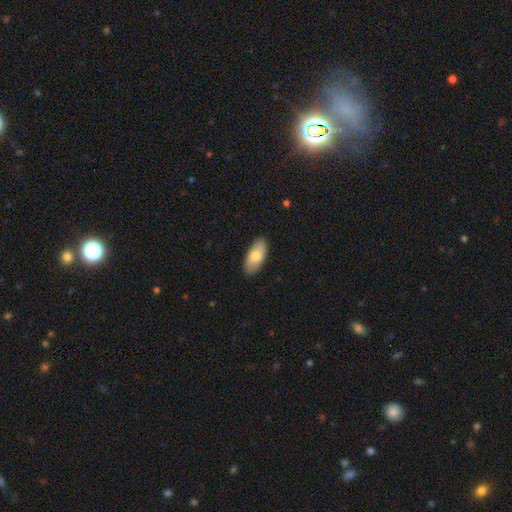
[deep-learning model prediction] Smooth or featured? Predicted: smooth (p=0.77). How rounded? Predicted: in between (p=0.90). Merging? Predicted: none (p=0.87).